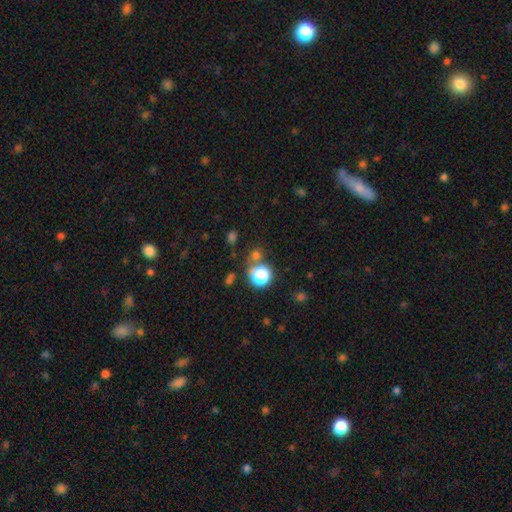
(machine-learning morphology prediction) This appears to be a star or artifact, not a galaxy (52%).